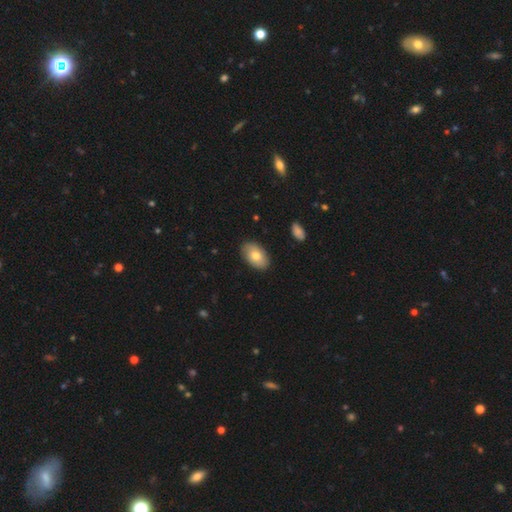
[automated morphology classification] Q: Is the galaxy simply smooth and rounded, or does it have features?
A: smooth — 73%.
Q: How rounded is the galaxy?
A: in between — 93%.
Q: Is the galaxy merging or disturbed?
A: none — 85%.